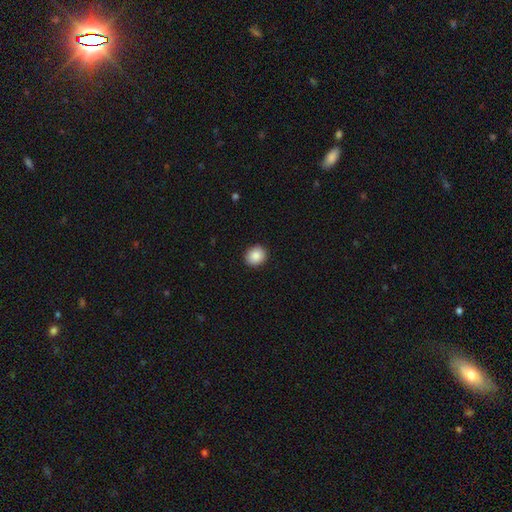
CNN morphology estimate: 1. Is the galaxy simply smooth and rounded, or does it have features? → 89% smooth, 8% star or artifact, 3% featured or disk.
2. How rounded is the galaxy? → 72% round, 27% in between, 1% cigar-shaped.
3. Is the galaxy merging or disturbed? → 91% none, 6% minor disturbance, 2% major disturbance, 1% merger.